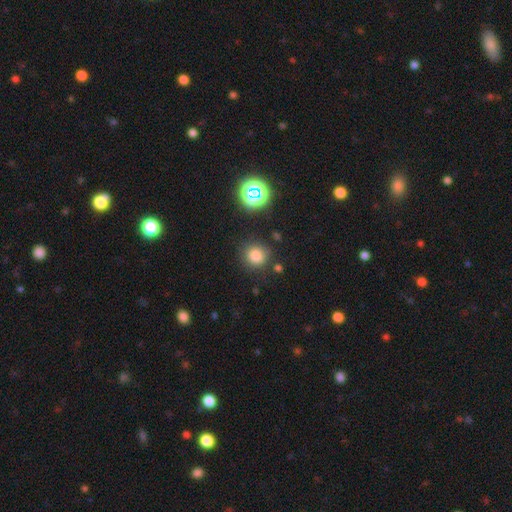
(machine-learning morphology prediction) Smooth or featured: smooth — 78% (star or artifact — 16%)
How rounded: round — 89% (in between — 10%)
Merging: none — 84% (minor disturbance — 10%)